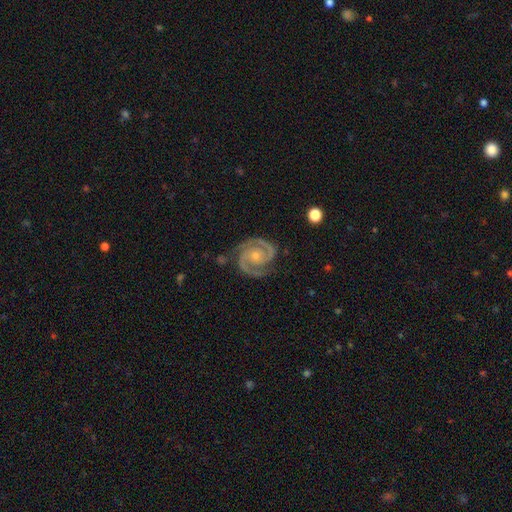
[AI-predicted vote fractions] Q: Smooth or featured?
A: featured or disk (93%); runner-up: star or artifact (4%)
Q: Edge-on disk?
A: no (98%); runner-up: yes (2%)
Q: Bar?
A: no (69%); runner-up: weak (23%)
Q: Spiral arms?
A: yes (99%); runner-up: no (1%)
Q: Spiral winding?
A: tight (54%); runner-up: medium (42%)
Q: Spiral arm count?
A: 2 (92%); runner-up: 3 (3%)
Q: Bulge size?
A: small (60%); runner-up: moderate (34%)
Q: Merging?
A: none (80%); runner-up: minor disturbance (14%)